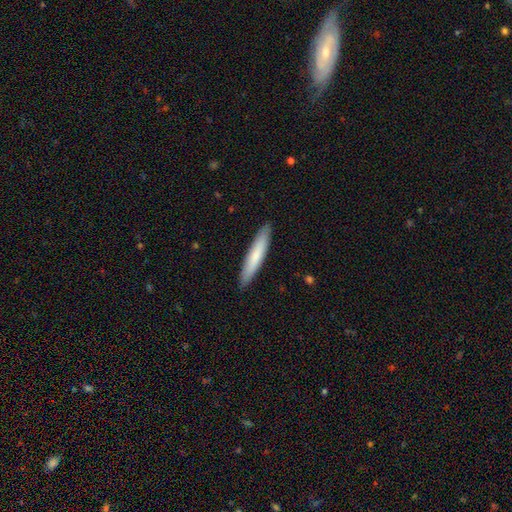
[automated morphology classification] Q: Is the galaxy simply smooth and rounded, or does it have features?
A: smooth — 74%.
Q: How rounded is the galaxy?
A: cigar-shaped — 90%.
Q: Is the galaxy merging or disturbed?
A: none — 91%.